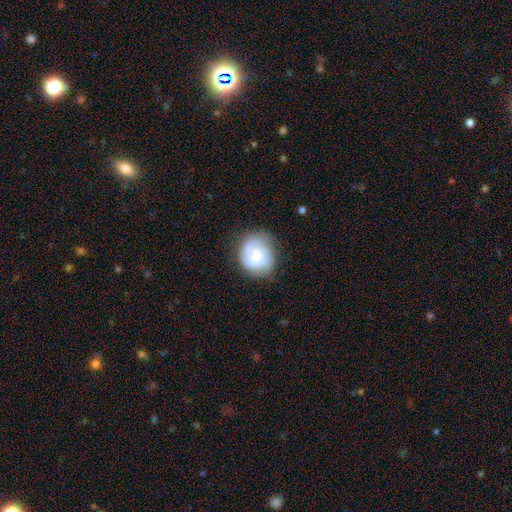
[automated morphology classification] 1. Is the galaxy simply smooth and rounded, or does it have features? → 50% featured or disk, 43% smooth, 7% star or artifact.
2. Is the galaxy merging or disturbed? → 70% none, 21% minor disturbance, 8% major disturbance, 1% merger.